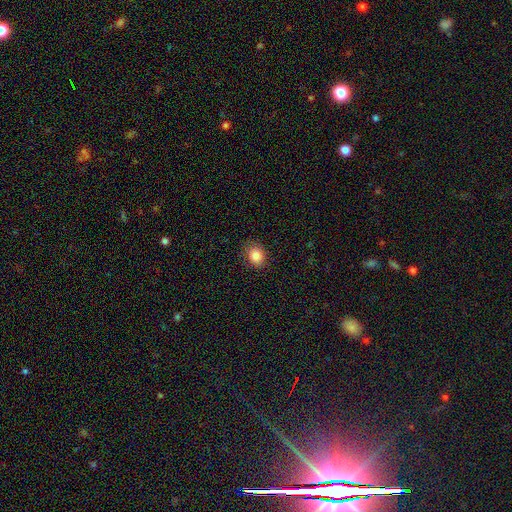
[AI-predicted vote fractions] A smooth galaxy with no disk features (85%) that is in between round and cigar-shaped (52%).

Vote fractions:
- Smooth or featured? smooth: 85% / star or artifact: 9% / featured or disk: 5%
- How rounded? in between: 52% / round: 47% / cigar-shaped: 1%
- Merging? none: 83% / minor disturbance: 13% / major disturbance: 3% / merger: 1%